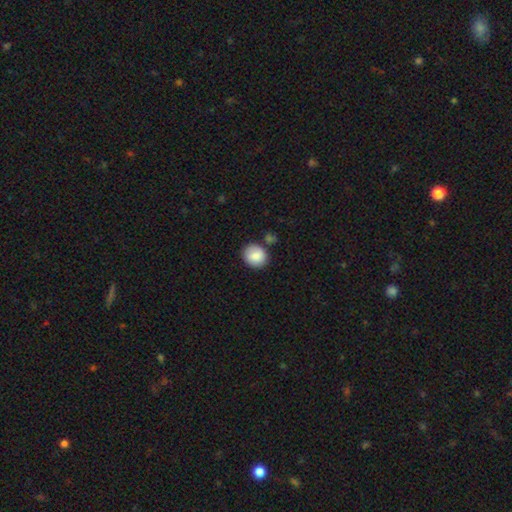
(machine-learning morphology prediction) smooth_or_featured: smooth (p=0.85) [alt: featured or disk p=0.08]
how_rounded: round (p=0.77) [alt: in between p=0.22]
merging: none (p=0.76) [alt: minor disturbance p=0.13]